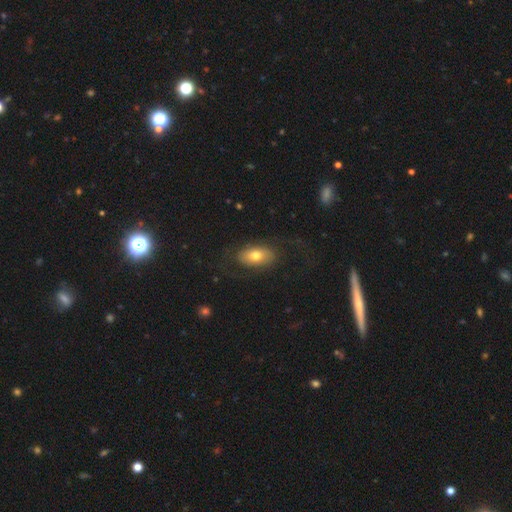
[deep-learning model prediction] smooth-or-featured: smooth: 63% | featured or disk: 30% | star or artifact: 7%
  how-rounded: in between: 90% | round: 6% | cigar-shaped: 3%
  merging: none: 70% | major disturbance: 14% | minor disturbance: 14% | merger: 1%